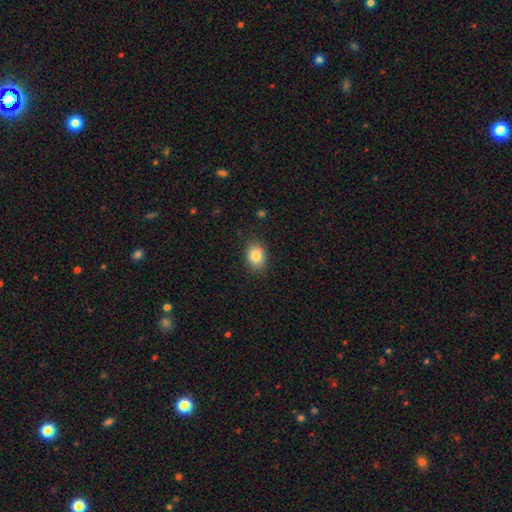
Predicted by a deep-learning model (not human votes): Smooth or featured? Predicted: smooth (p=0.85). How rounded? Predicted: in between (p=0.67). Merging? Predicted: none (p=0.84).